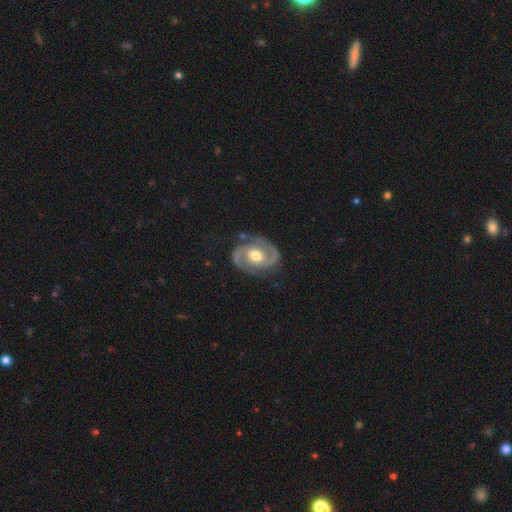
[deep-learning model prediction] Overall: featured or disk (92%). Edge-on disk: no (98%). Bar: no (49%; weak 38%). Spiral arms: yes (98%). Spiral arm count: 2 (94%). Spiral winding: medium (49%; tight 43%). Bulge size: moderate (78%). Merging: none (82%).